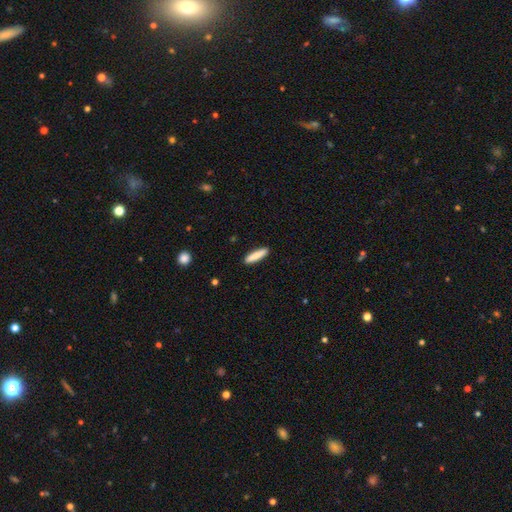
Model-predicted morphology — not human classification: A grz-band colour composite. It shows a smooth galaxy with no disk features (83%) that is cigar-shaped (82%). Merging: none (90%).